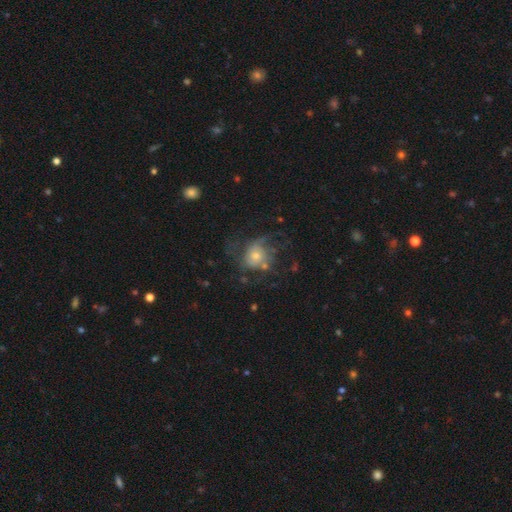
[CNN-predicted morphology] Overall: featured or disk (56%; smooth 31%). Edge-on disk: no (97%). Bar: no (80%). Spiral arms: yes (67%; no 33%). Bulge size: moderate (47%; small 40%). Merging: none (44%; major disturbance 31%).